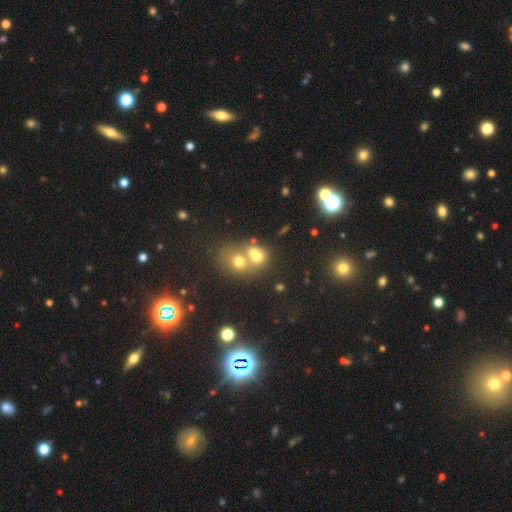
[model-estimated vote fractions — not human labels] This is likely a smooth galaxy (63%). How rounded: likely round (62%). Merging: likely merger (65%).